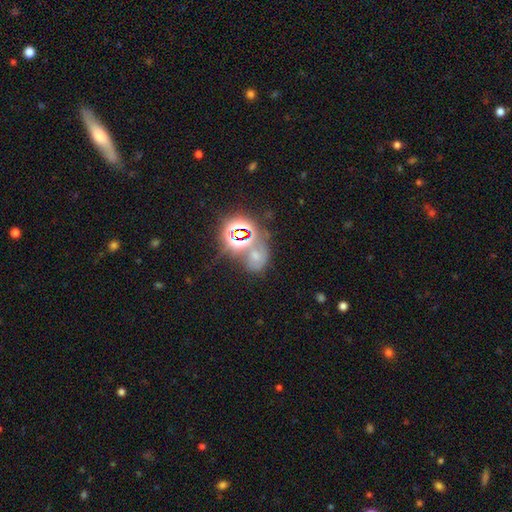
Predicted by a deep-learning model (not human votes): Morphology: type=star or artifact (47%).